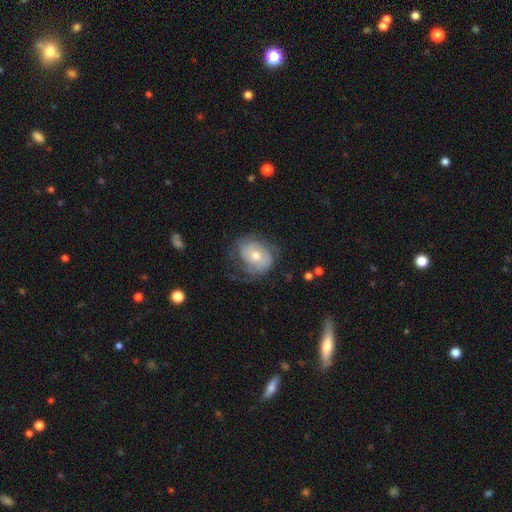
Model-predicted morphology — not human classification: A featured or disk galaxy (64%) with no bar (72%), spiral arms (80%) and a moderate central bulge (62%).

Vote fractions:
- Smooth or featured? featured or disk: 64% / smooth: 29% / star or artifact: 7%
- Edge-on disk? no: 97% / yes: 3%
- Bar? no: 72% / weak: 23% / strong: 5%
- Spiral arms? yes: 80% / no: 20%
- Bulge size? moderate: 62% / small: 32% / large: 4% / none: 1% / dominant: 1%
- Merging? none: 53% / minor disturbance: 24% / major disturbance: 22% / merger: 2%